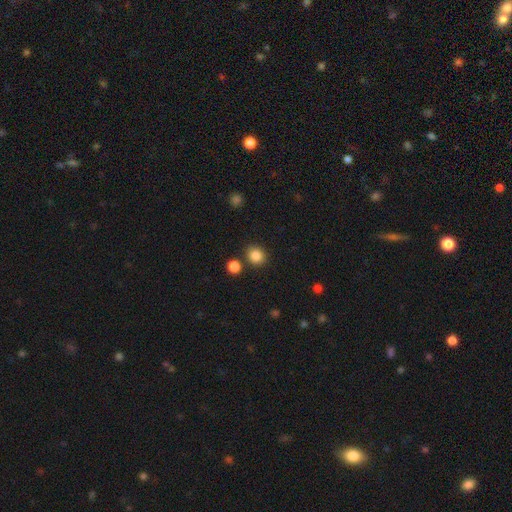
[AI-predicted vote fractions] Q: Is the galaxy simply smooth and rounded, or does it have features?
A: smooth — 85%.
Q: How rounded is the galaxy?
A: round — 84%.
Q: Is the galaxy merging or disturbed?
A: none — 82%.